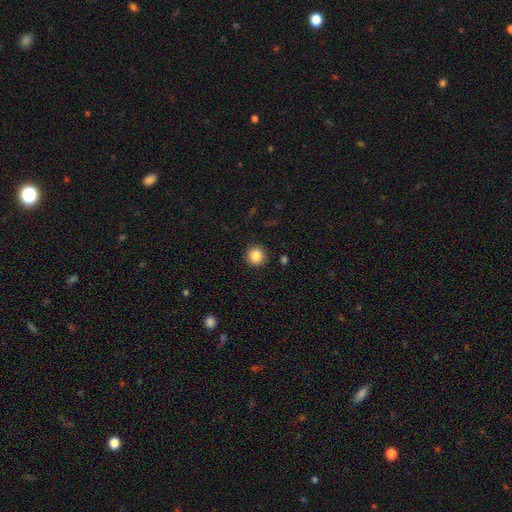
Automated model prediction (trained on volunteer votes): smooth 86%, star or artifact 9%, featured or disk 4%. Down the decision tree: how rounded — round (94%); merging — none (92%).